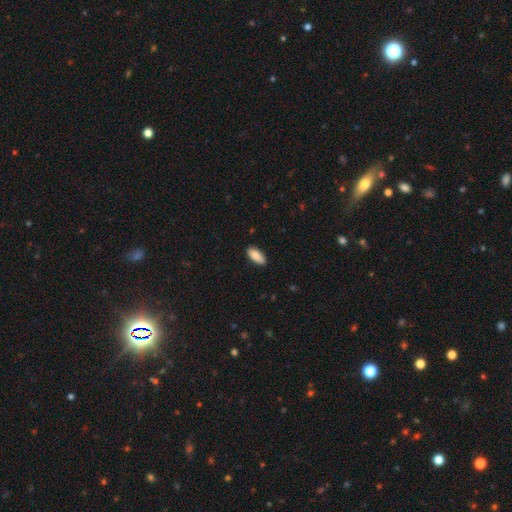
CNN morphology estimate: A smooth galaxy with no disk features (88%) that is in between round and cigar-shaped (86%).

Vote fractions:
- Smooth or featured? smooth: 88% / featured or disk: 6% / star or artifact: 6%
- How rounded? in between: 86% / cigar-shaped: 12% / round: 2%
- Merging? none: 87% / minor disturbance: 10% / major disturbance: 2% / merger: 1%